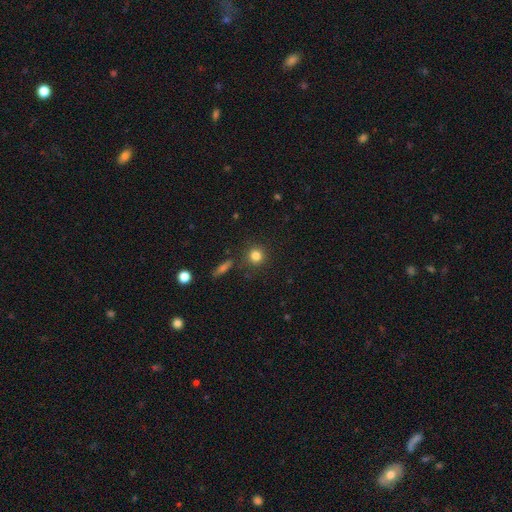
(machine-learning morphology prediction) A smooth galaxy with no disk features (82%) that is round (90%).

Vote fractions:
- Smooth or featured? smooth: 82% / star or artifact: 12% / featured or disk: 6%
- How rounded? round: 90% / in between: 8% / cigar-shaped: 1%
- Merging? none: 86% / minor disturbance: 8% / merger: 3% / major disturbance: 3%